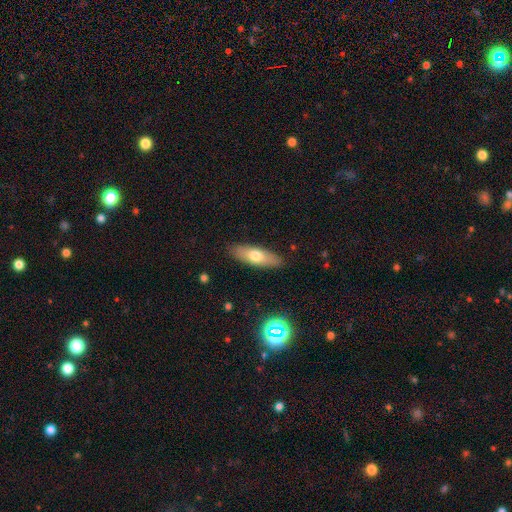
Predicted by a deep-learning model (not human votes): Smooth or featured? smooth (66%)
How rounded? in between (57%)
Merging? none (88%)